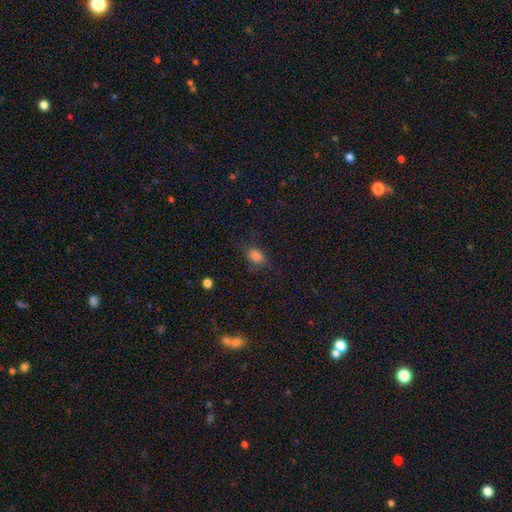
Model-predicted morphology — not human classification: smooth 79%, star or artifact 14%, featured or disk 7%. Down the decision tree: how rounded — in between (65%); merging — none (68%).